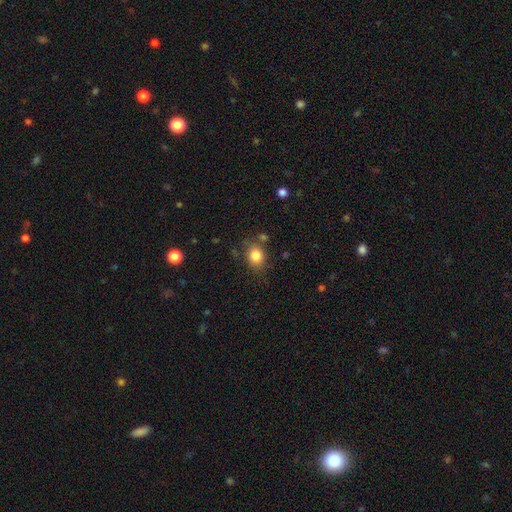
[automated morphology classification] type=smooth (83%); roundness=round (56%); merging=none (75%).